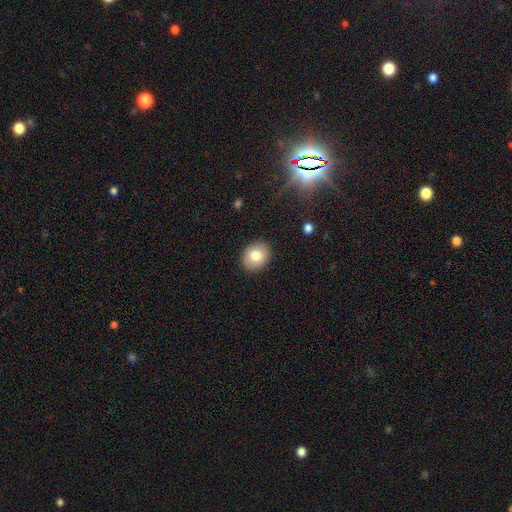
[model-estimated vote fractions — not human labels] smooth_or_featured: smooth (p=0.81) [alt: featured or disk p=0.11]
how_rounded: round (p=0.55) [alt: in between p=0.44]
merging: none (p=0.90) [alt: minor disturbance p=0.07]